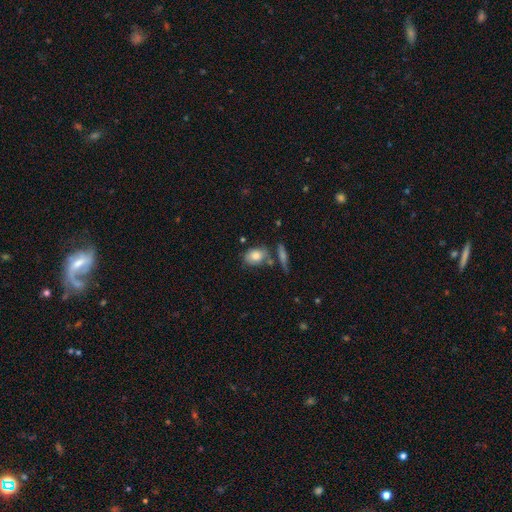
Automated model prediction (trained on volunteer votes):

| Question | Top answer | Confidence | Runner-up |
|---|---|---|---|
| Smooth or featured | smooth | 78% | featured or disk (14%) |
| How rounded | in between | 70% | round (28%) |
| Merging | none | 60% | minor disturbance (18%) |